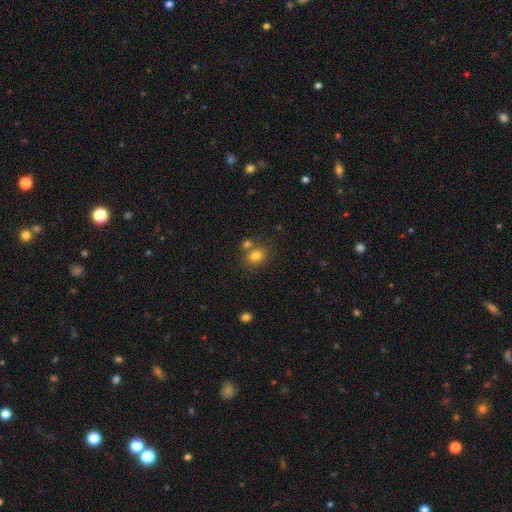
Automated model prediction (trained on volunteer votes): Overall: smooth (79%). How rounded: round (62%; in between 37%). Merging: none (60%; merger 26%).